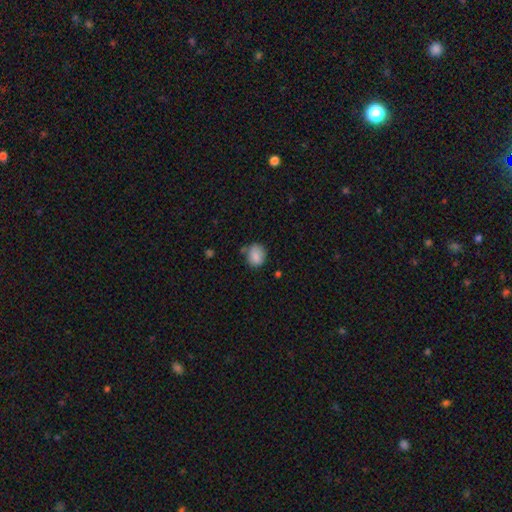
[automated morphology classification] Overall: smooth (85%). How rounded: round (58%; in between 41%). Merging: none (65%).